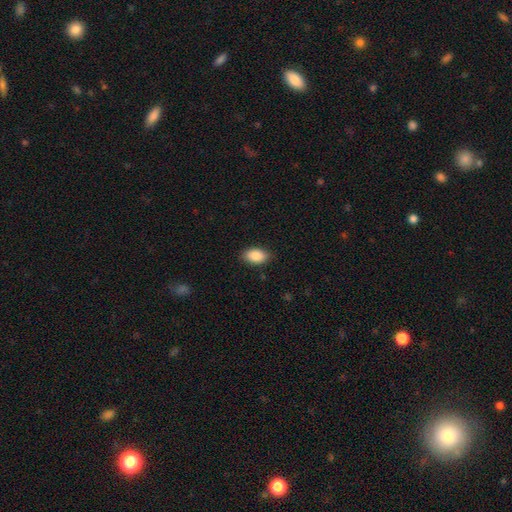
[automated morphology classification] smooth 88%, star or artifact 7%, featured or disk 5%. Down the decision tree: how rounded — in between (91%); merging — none (87%).